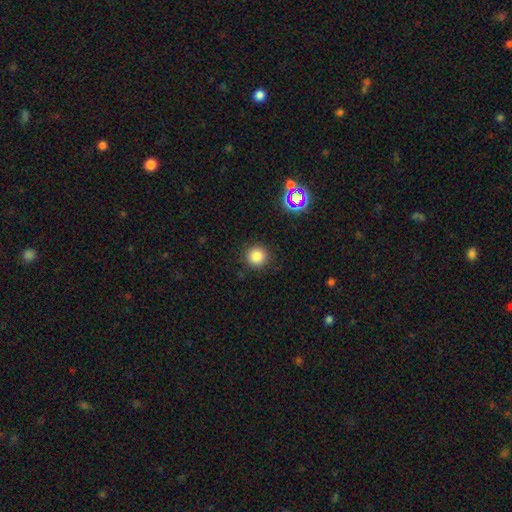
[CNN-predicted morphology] Smooth or featured? Predicted: smooth (p=0.82). How rounded? Predicted: round (p=0.95). Merging? Predicted: none (p=0.90).